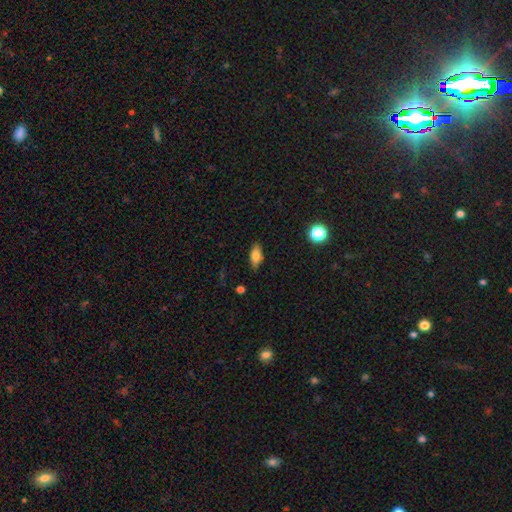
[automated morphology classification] Smooth or featured: smooth — 75% (featured or disk — 16%)
How rounded: in between — 83% (cigar-shaped — 13%)
Merging: none — 84% (minor disturbance — 12%)